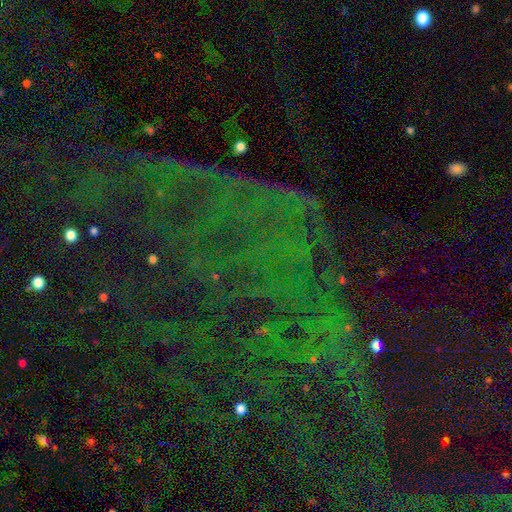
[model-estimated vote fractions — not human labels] Q: Smooth or featured?
A: star or artifact (80%); runner-up: smooth (10%)